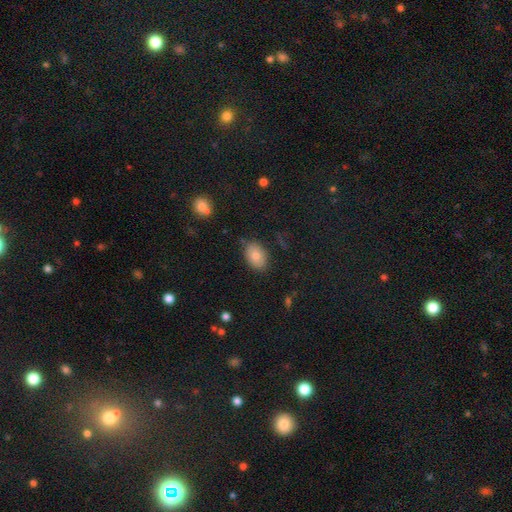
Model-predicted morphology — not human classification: The model was most divided on "how rounded": in between: 82%, round: 17%, cigar-shaped: 1%. More confident: merging — none (82%); smooth or featured — smooth (78%).